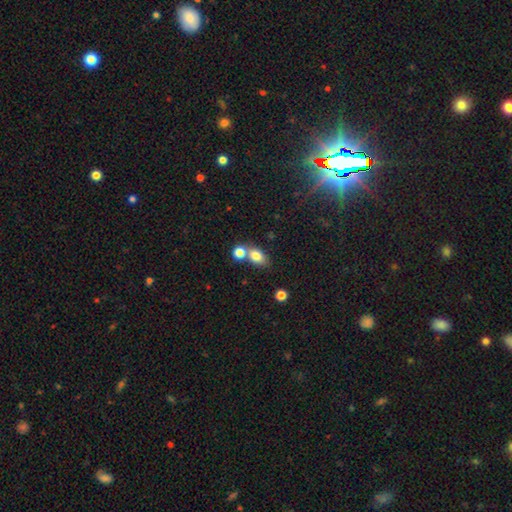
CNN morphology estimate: Smooth or featured?
  - smooth: 79% *
  - star or artifact: 10%
  - featured or disk: 10%
How rounded?
  - in between: 73% *
  - round: 25%
  - cigar-shaped: 3%
Merging?
  - none: 47% *
  - merger: 38%
  - minor disturbance: 10%
  - major disturbance: 4%